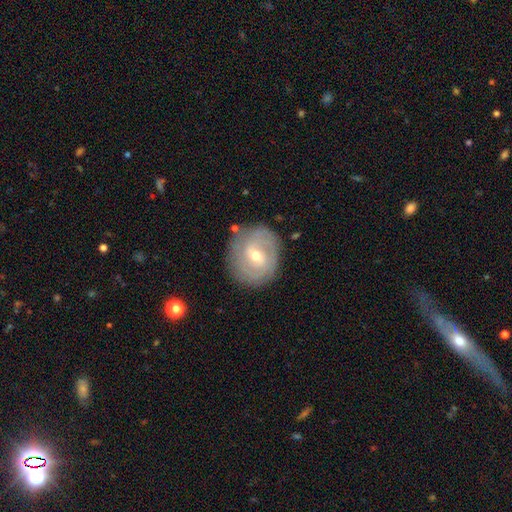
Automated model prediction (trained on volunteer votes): A featured or disk galaxy (76%) with a weak bar (53%), 2 (39%) tight (65%) spiral arms (88%) and a moderate central bulge (56%).

Vote fractions:
- Smooth or featured? featured or disk: 76% / smooth: 17% / star or artifact: 7%
- Edge-on disk? no: 97% / yes: 3%
- Bar? weak: 53% / no: 32% / strong: 15%
- Spiral arms? yes: 88% / no: 12%
- Spiral winding? tight: 65% / medium: 27% / loose: 8%
- Spiral arm count? 2: 39% / can't tell: 32% / 3: 16% / 4: 6% / 1: 4% / more than 4: 4%
- Bulge size? moderate: 56% / small: 41% / large: 2% / none: 1% / dominant: 1%
- Merging? none: 81% / minor disturbance: 13% / major disturbance: 4% / merger: 2%